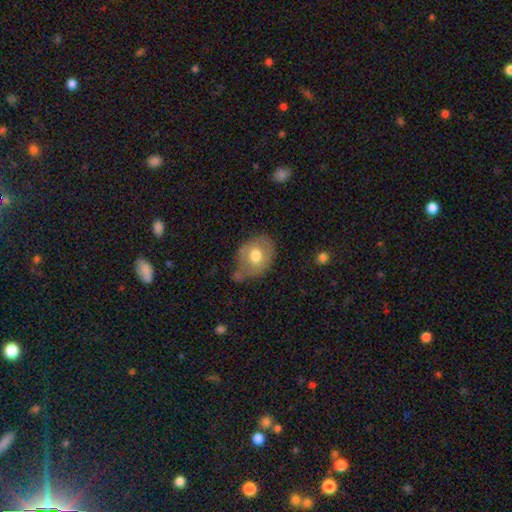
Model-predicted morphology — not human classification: Smooth or featured?
  - smooth: 64% *
  - featured or disk: 29%
  - star or artifact: 7%
How rounded?
  - in between: 57% *
  - round: 42%
  - cigar-shaped: 1%
Merging?
  - none: 48% *
  - minor disturbance: 30%
  - major disturbance: 12%
  - merger: 9%